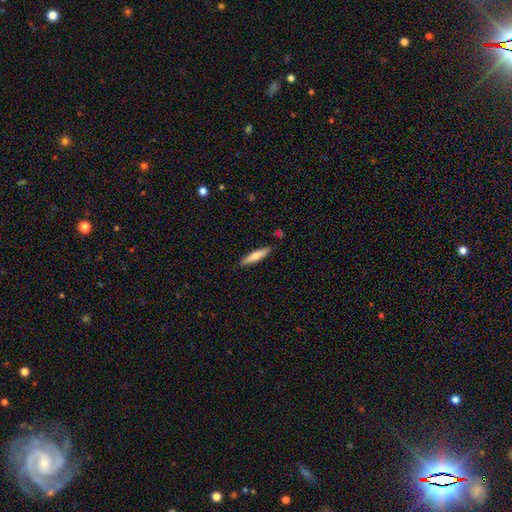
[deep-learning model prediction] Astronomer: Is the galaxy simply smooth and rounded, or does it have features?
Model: smooth — 67%.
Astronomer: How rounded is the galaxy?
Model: cigar-shaped — 85%.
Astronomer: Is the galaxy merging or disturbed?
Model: none — 87%.